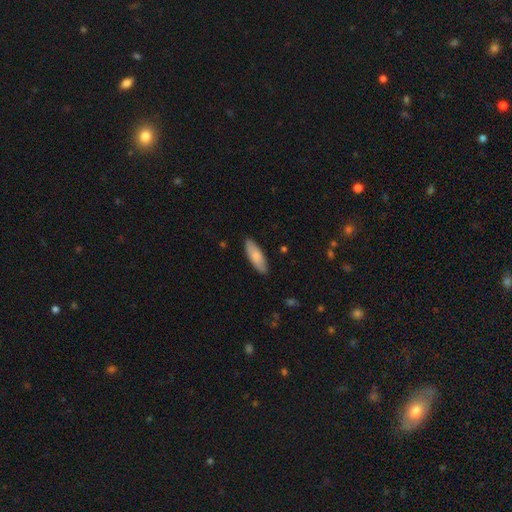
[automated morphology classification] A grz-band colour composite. It shows a smooth galaxy with no disk features (79%) that is in between round and cigar-shaped (63%). Merging: none (86%).